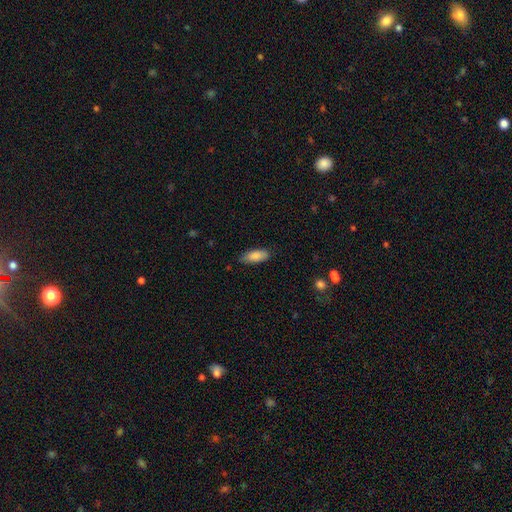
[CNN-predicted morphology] smooth-or-featured: smooth: 85% | featured or disk: 9% | star or artifact: 6%
  how-rounded: in between: 78% | cigar-shaped: 20% | round: 2%
  merging: none: 77% | minor disturbance: 19% | major disturbance: 3% | merger: 1%